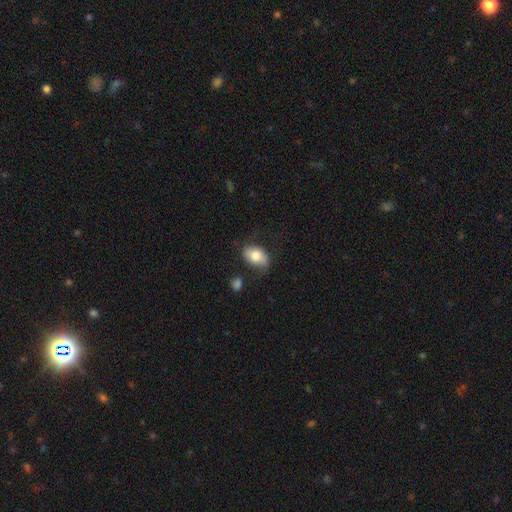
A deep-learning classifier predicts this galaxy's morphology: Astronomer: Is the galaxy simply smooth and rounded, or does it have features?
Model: smooth — 74%.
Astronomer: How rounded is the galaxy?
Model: in between — 88%.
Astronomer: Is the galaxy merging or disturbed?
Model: none — 68%.